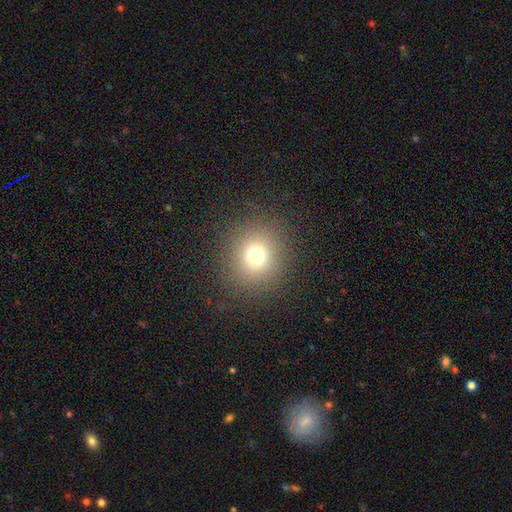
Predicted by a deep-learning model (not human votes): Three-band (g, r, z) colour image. It shows a smooth galaxy with no disk features (72%) that is round (90%). Merging: none (88%).